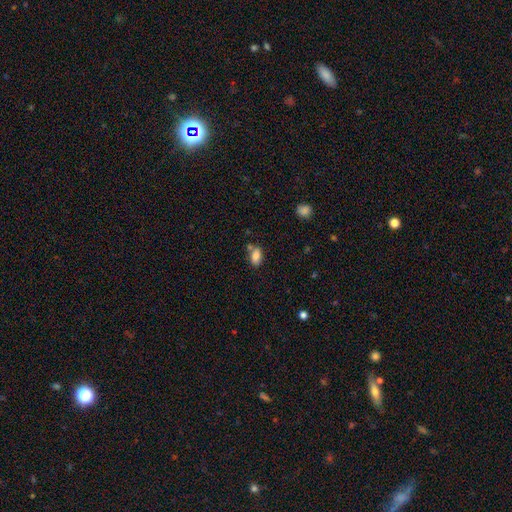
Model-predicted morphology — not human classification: Overall: smooth (81%). How rounded: in between (89%). Merging: none (59%; merger 19%).